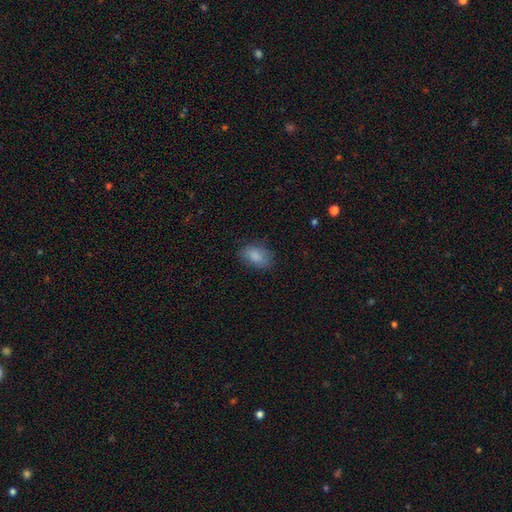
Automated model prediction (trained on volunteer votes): This appears to be a smooth galaxy with no disk features (86%) that is in between round and cigar-shaped (87%). Merging: none (77%).